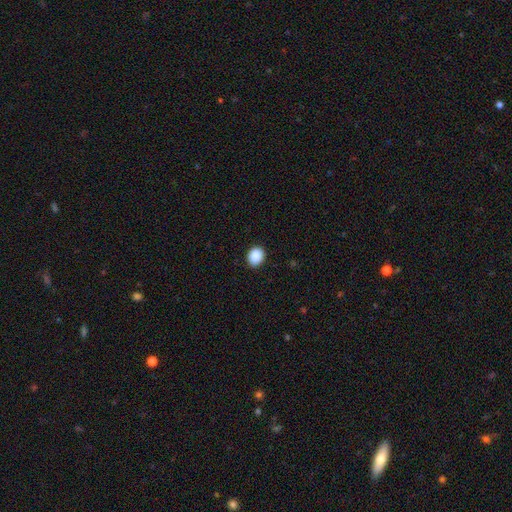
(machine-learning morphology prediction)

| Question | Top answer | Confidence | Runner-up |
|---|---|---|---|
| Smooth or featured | smooth | 89% | star or artifact (8%) |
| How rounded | round | 61% | in between (38%) |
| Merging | none | 88% | minor disturbance (9%) |